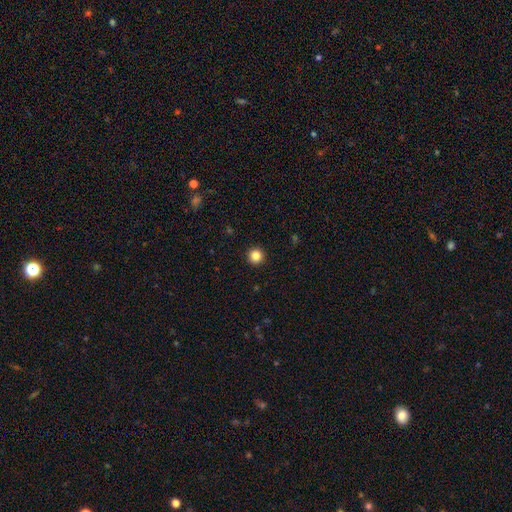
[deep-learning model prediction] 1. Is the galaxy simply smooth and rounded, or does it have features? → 85% smooth, 11% star or artifact, 4% featured or disk.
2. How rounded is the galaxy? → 96% round, 3% in between, 1% cigar-shaped.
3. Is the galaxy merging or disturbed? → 93% none, 4% minor disturbance, 2% major disturbance, 1% merger.